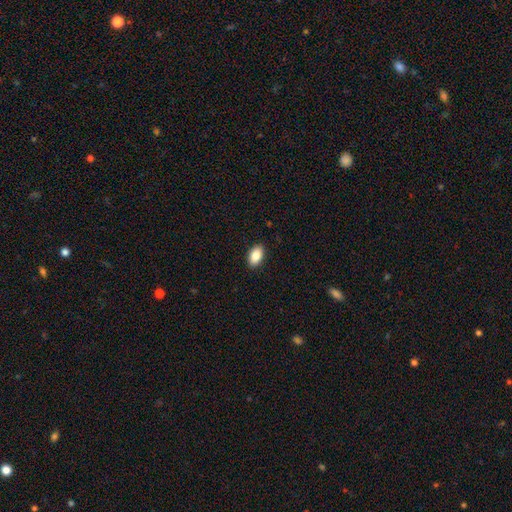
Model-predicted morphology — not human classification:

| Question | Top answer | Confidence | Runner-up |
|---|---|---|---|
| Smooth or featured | smooth | 87% | star or artifact (7%) |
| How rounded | in between | 93% | round (5%) |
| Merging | none | 90% | minor disturbance (7%) |